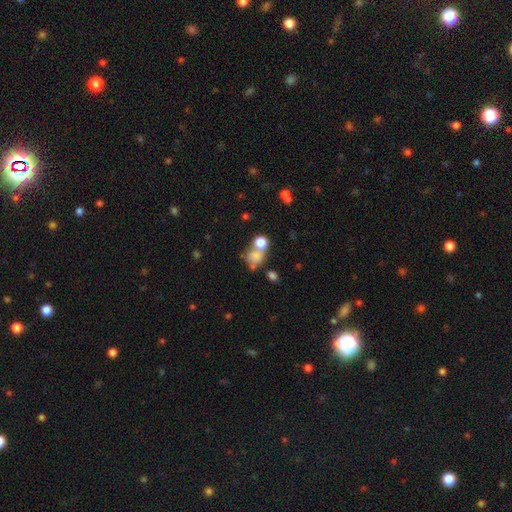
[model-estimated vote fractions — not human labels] The model was most divided on "merging": merger: 42%, none: 35%, minor disturbance: 14%, major disturbance: 10%. More confident: smooth or featured — smooth (72%); how rounded — round (59%).